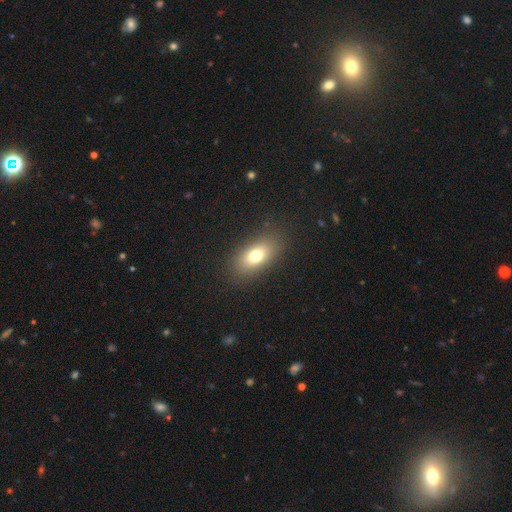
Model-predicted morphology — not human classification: Smooth or featured: smooth — 74% (featured or disk — 15%)
How rounded: in between — 84% (round — 10%)
Merging: none — 86% (minor disturbance — 9%)